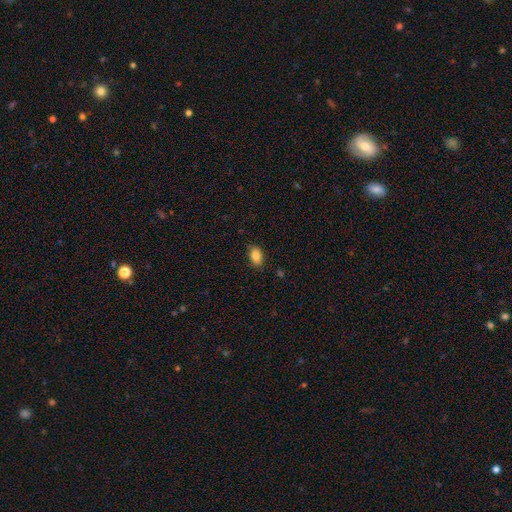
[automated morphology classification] Smooth or featured? Predicted: smooth (p=0.86). How rounded? Predicted: in between (p=0.89). Merging? Predicted: none (p=0.84).